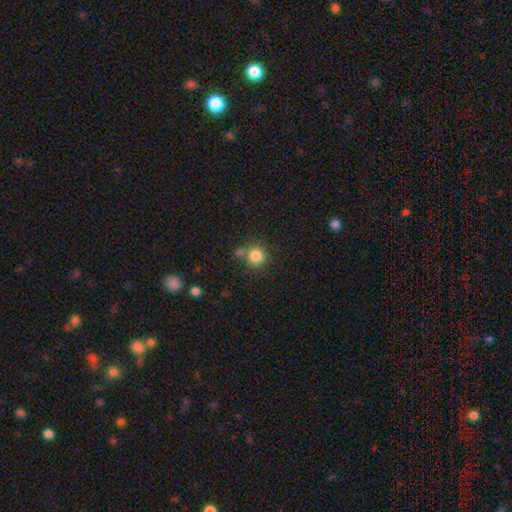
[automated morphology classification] This is clearly a smooth galaxy (84%). How rounded: clearly round (92%). Merging: likely none (65%).